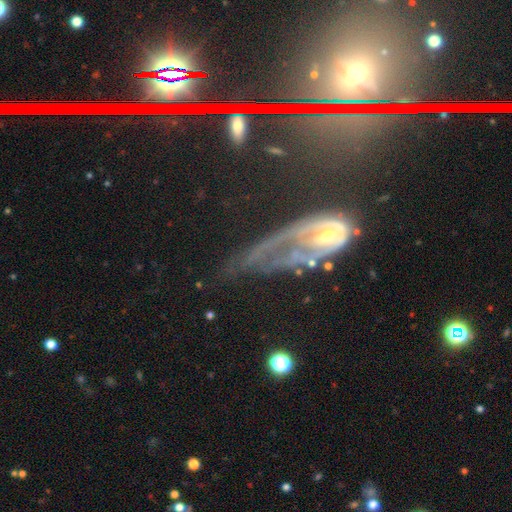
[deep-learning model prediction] A featured or disk galaxy (65%) with no bar (71%), spiral arms (61%) and a small central bulge (46%).

Vote fractions:
- Smooth or featured? featured or disk: 65% / smooth: 19% / star or artifact: 16%
- Edge-on disk? no: 89% / yes: 11%
- Bar? no: 71% / weak: 20% / strong: 9%
- Spiral arms? yes: 61% / no: 39%
- Bulge size? small: 46% / moderate: 42% / none: 5% / large: 5% / dominant: 2%
- Merging? major disturbance: 48% / none: 25% / minor disturbance: 17% / merger: 10%